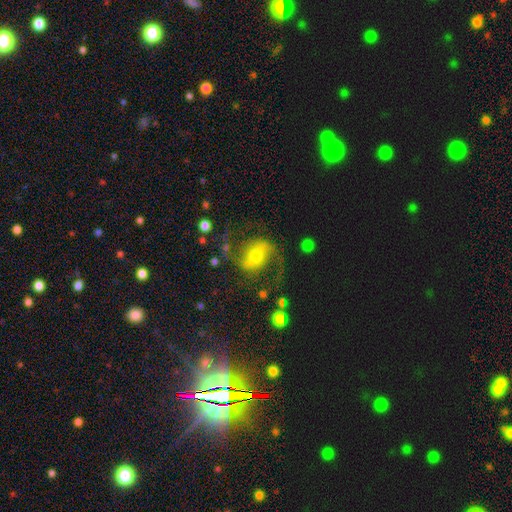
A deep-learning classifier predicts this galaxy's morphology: Smooth or featured? Predicted: featured or disk (p=0.81). Edge-on disk? Predicted: no (p=0.97). Bar? Predicted: weak (p=0.43). Spiral arms? Predicted: yes (p=0.95). Spiral winding? Predicted: loose (p=0.46, tied with medium). Spiral arm count? Predicted: 2 (p=0.92). Bulge size? Predicted: moderate (p=0.62). Merging? Predicted: none (p=0.69).